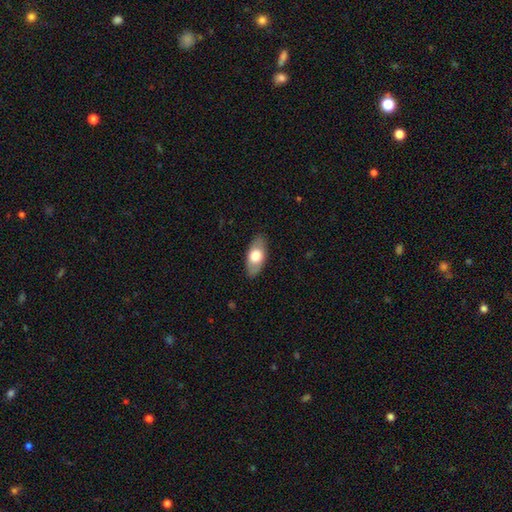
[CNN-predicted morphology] smooth_or_featured: smooth (p=0.66) [alt: featured or disk p=0.28]
how_rounded: in between (p=0.90) [alt: cigar-shaped p=0.06]
merging: none (p=0.85) [alt: minor disturbance p=0.11]